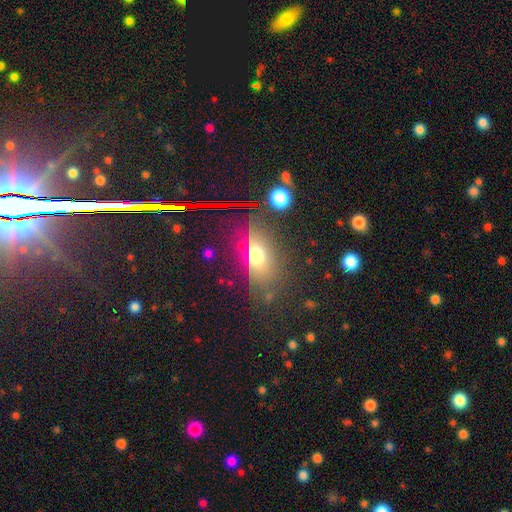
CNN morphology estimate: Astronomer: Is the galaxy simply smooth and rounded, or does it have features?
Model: smooth — 55%.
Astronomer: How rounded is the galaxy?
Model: in between — 70%.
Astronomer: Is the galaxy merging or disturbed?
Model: none — 69%.